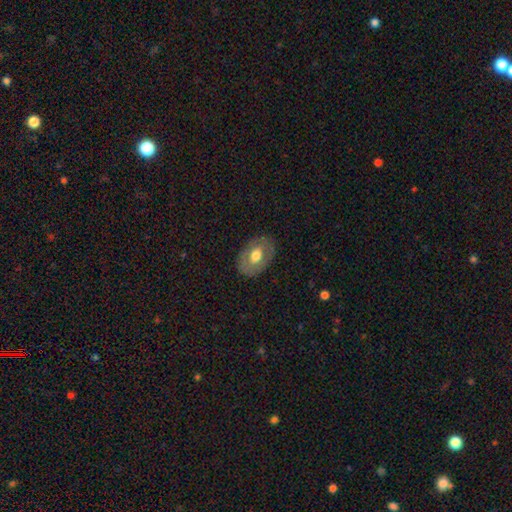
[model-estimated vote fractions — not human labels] smooth 55%, featured or disk 39%, star or artifact 6%. Down the decision tree: how rounded — in between (81%); merging — none (82%).